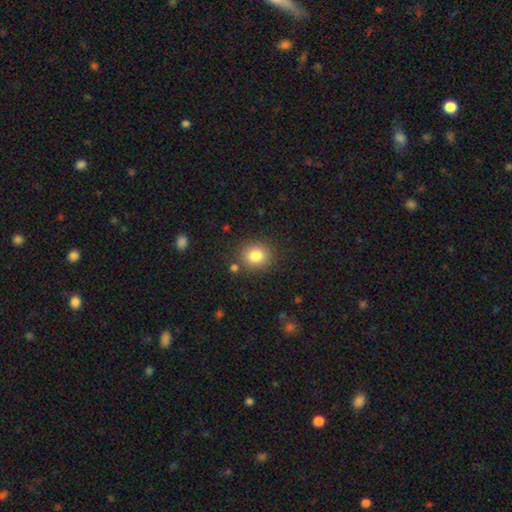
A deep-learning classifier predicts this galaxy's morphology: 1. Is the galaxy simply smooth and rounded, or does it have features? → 83% smooth, 10% star or artifact, 7% featured or disk.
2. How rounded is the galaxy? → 74% round, 25% in between, 1% cigar-shaped.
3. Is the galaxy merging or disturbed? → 83% none, 10% minor disturbance, 4% merger, 3% major disturbance.